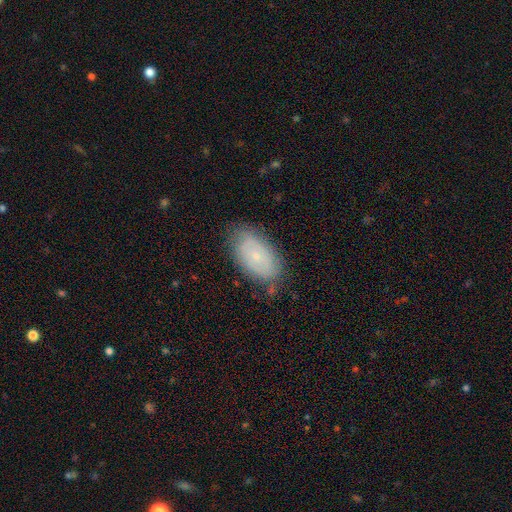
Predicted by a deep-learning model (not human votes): A smooth galaxy with no disk features (50%). Merging: none (74%).